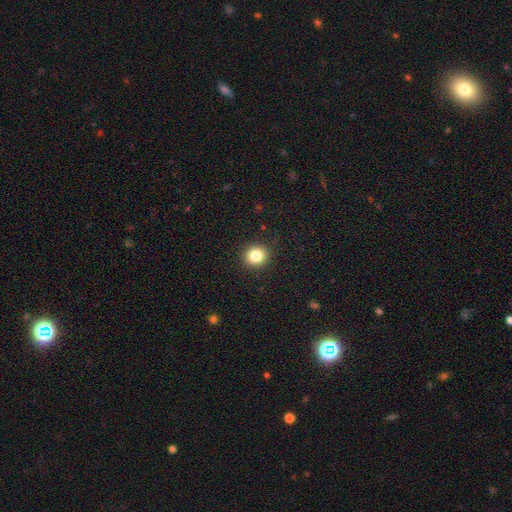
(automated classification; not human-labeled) The model was most divided on "smooth or featured": smooth: 83%, star or artifact: 11%, featured or disk: 6%. More confident: merging — none (91%); how rounded — round (87%).